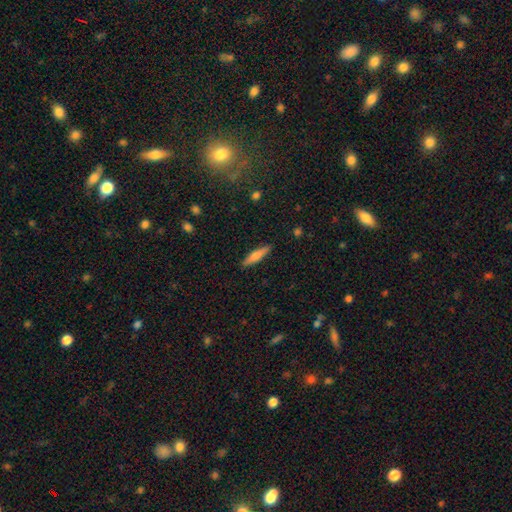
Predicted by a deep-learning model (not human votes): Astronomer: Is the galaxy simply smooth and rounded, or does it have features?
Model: smooth — 65%.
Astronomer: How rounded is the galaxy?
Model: cigar-shaped — 82%.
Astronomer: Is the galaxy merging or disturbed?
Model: none — 89%.